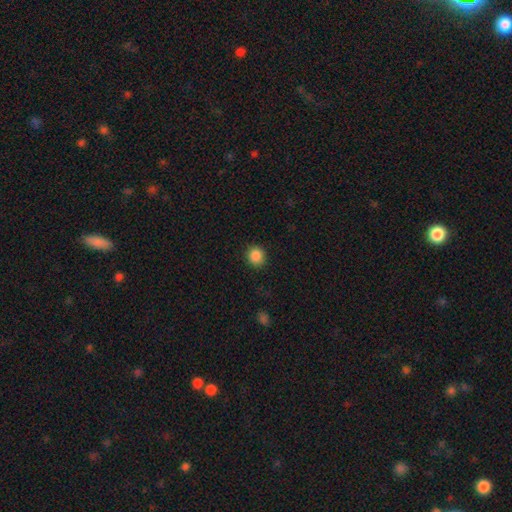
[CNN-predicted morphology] A smooth galaxy with no disk features (87%) that is round (88%). Merging: none (89%).